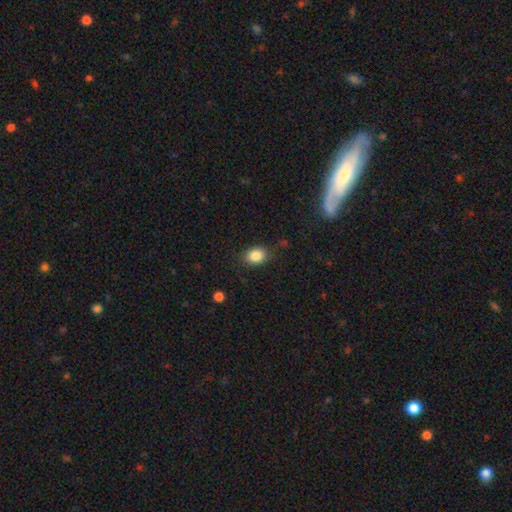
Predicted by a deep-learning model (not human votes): Morphology: type=smooth (85%); roundness=in between (60%); merging=none (81%).